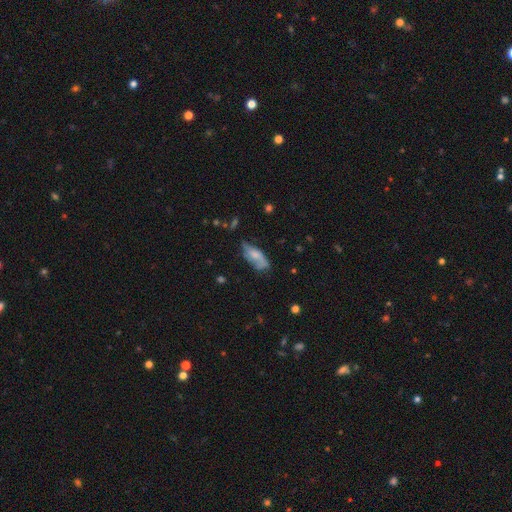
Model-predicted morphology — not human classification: type=smooth (57%); roundness=in between (80%); merging=none (43%).